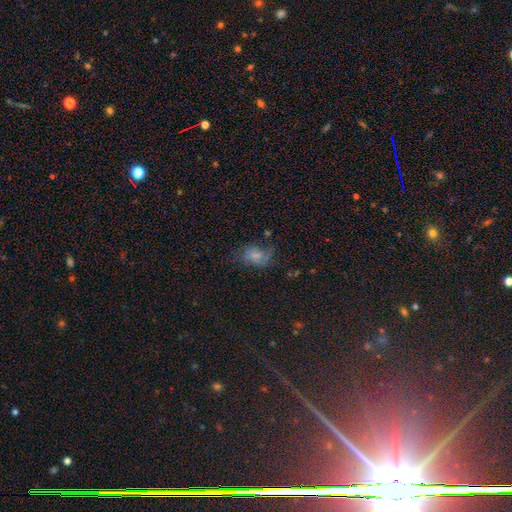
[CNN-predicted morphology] smooth 53%, featured or disk 29%, star or artifact 18%. Down the decision tree: how rounded — in between (81%); merging — none (47%).